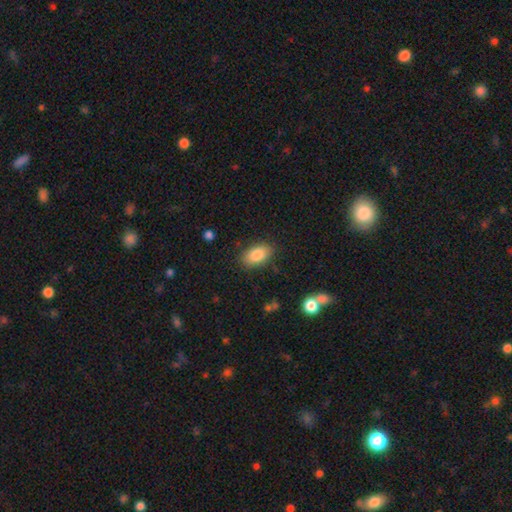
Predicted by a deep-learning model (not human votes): This appears to be a smooth galaxy with no disk features (85%) that is in between round and cigar-shaped (92%). Merging: none (84%).